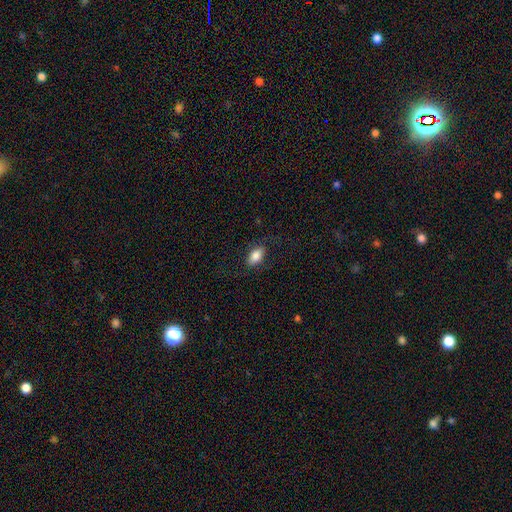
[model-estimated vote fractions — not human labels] This is clearly a smooth galaxy (83%). How rounded: clearly in between (90%). Merging: likely none (80%).